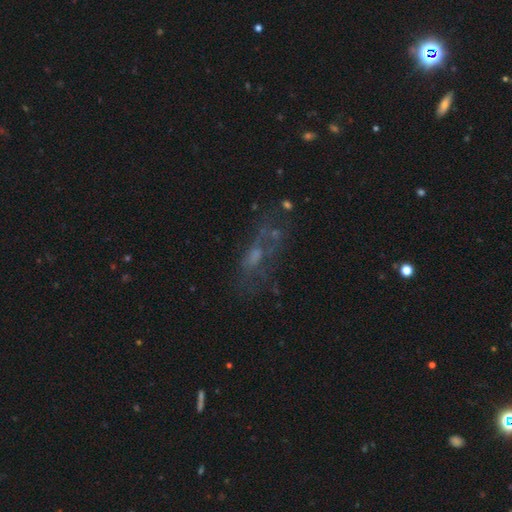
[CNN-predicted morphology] Overall: featured or disk (46%; smooth 31%). Merging: none (46%; major disturbance 27%).